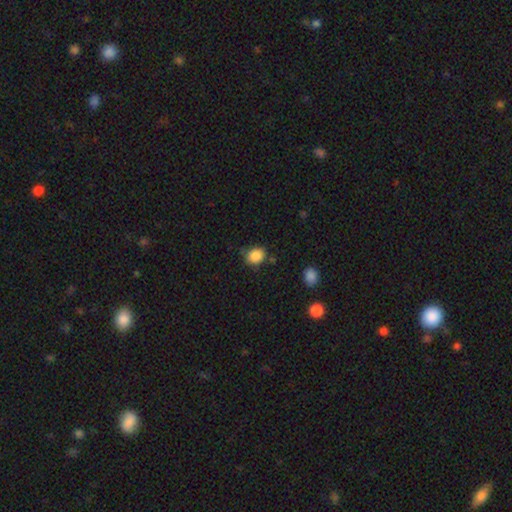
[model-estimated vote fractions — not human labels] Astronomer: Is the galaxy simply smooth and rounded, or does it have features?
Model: smooth — 86%.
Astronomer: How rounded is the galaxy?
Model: round — 64%.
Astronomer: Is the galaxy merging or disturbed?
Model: none — 73%.